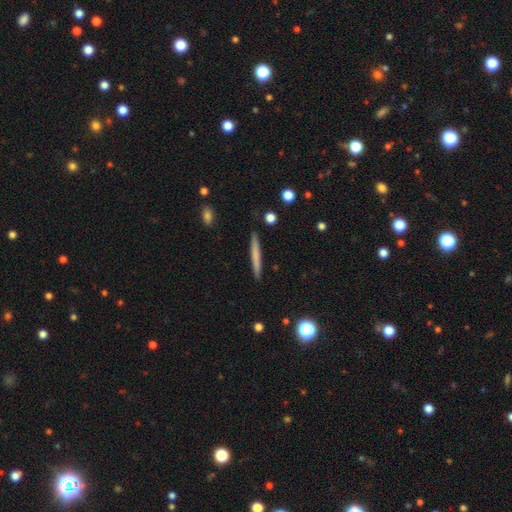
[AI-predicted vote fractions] Smooth or featured? smooth (64%)
How rounded? cigar-shaped (97%)
Merging? none (91%)